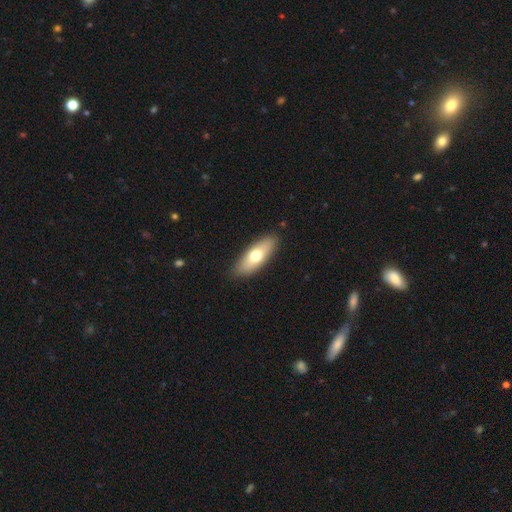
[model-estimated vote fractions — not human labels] smooth 67%, featured or disk 27%, star or artifact 6%. Down the decision tree: how rounded — in between (70%); merging — none (88%).